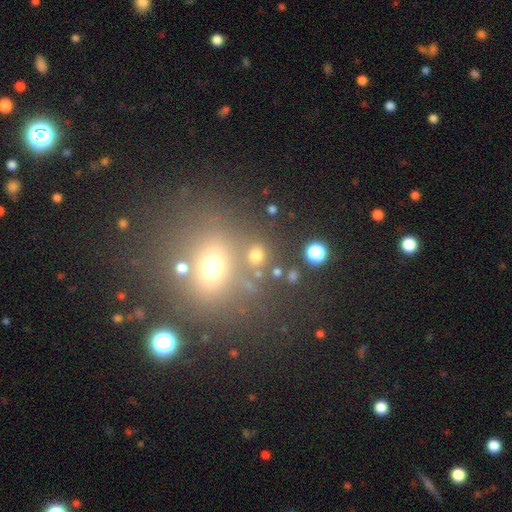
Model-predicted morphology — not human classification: Q: Smooth or featured?
A: smooth (70%); runner-up: star or artifact (22%)
Q: How rounded?
A: round (78%); runner-up: in between (21%)
Q: Merging?
A: none (69%); runner-up: merger (17%)